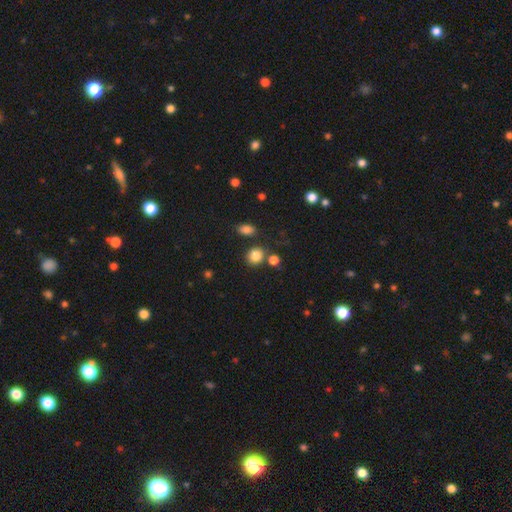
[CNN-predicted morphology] A smooth galaxy with no disk features (83%) that is round (74%). Merging: none (74%).